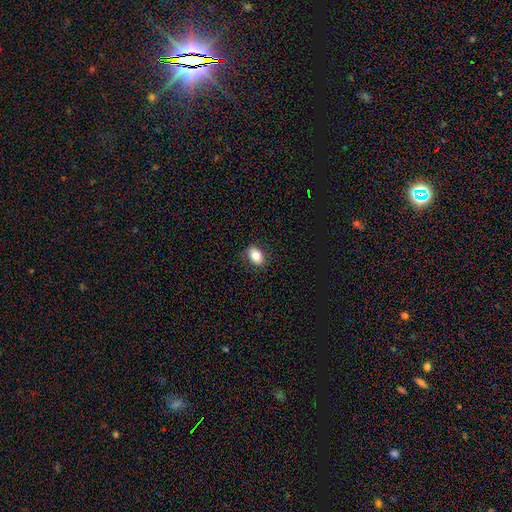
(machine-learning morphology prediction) smooth-or-featured: smooth: 82% | featured or disk: 10% | star or artifact: 9%
  how-rounded: in between: 83% | round: 15% | cigar-shaped: 2%
  merging: none: 81% | minor disturbance: 14% | major disturbance: 4% | merger: 1%